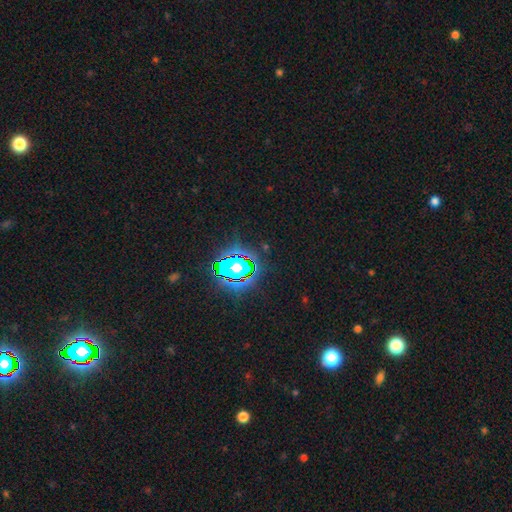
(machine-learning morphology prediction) This appears to be a star or artifact, not a galaxy (81%).